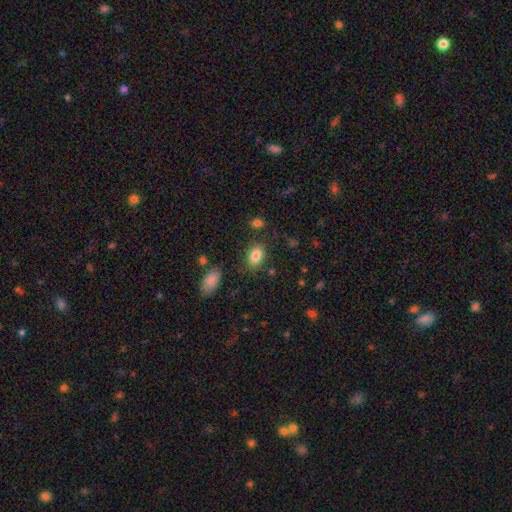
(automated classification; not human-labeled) This appears to be a smooth galaxy with no disk features (84%) that is in between round and cigar-shaped (85%). Merging: none (80%).